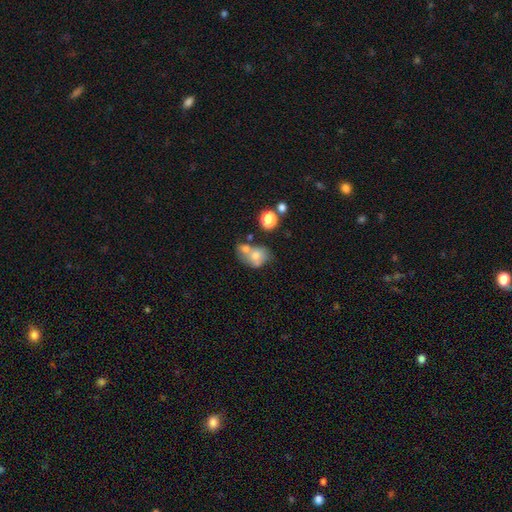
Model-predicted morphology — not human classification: smooth 65%, featured or disk 24%, star or artifact 11%. Down the decision tree: how rounded — in between (53%); merging — merger (52%).